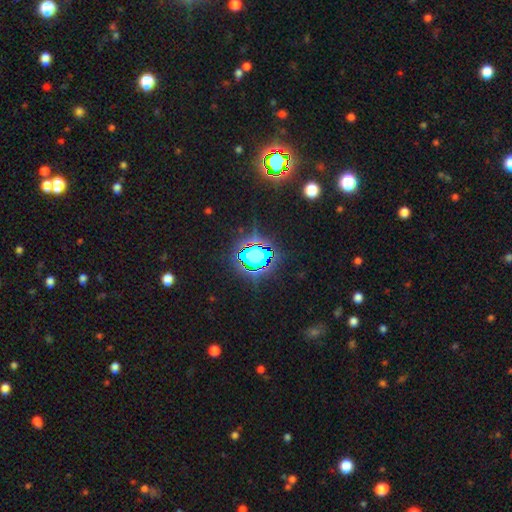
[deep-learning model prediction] Smooth or featured? Predicted: star or artifact (p=0.75).